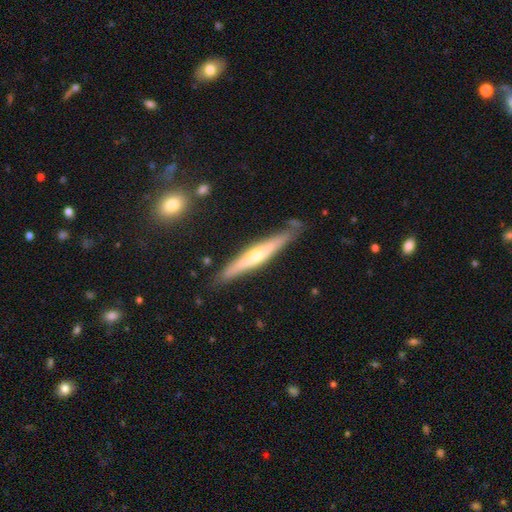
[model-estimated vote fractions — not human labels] Smooth or featured? Predicted: featured or disk (p=0.64). Edge-on disk? Predicted: yes (p=0.94). Edge-on bulge? Predicted: rounded (p=0.80). Merging? Predicted: none (p=0.82).